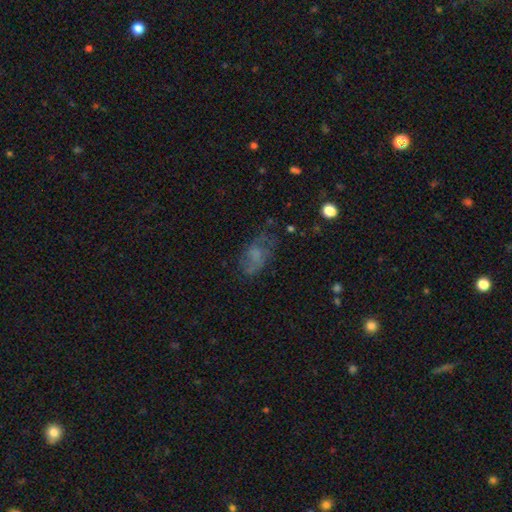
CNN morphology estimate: Smooth or featured?
  - smooth: 44% *
  - featured or disk: 40%
  - star or artifact: 16%
Merging?
  - none: 54% *
  - minor disturbance: 24%
  - major disturbance: 20%
  - merger: 3%